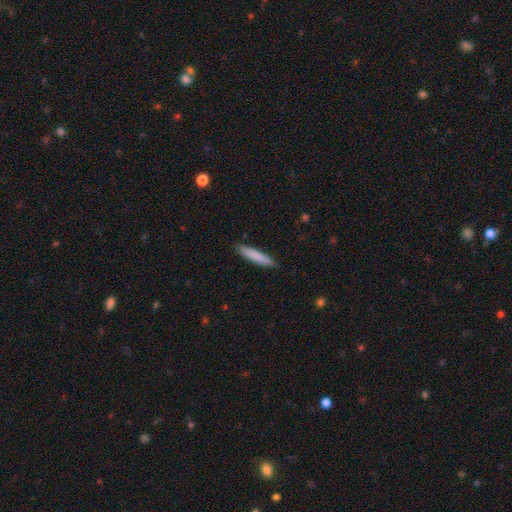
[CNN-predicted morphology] Smooth or featured? Predicted: smooth (p=0.83). How rounded? Predicted: cigar-shaped (p=0.91). Merging? Predicted: none (p=0.90).